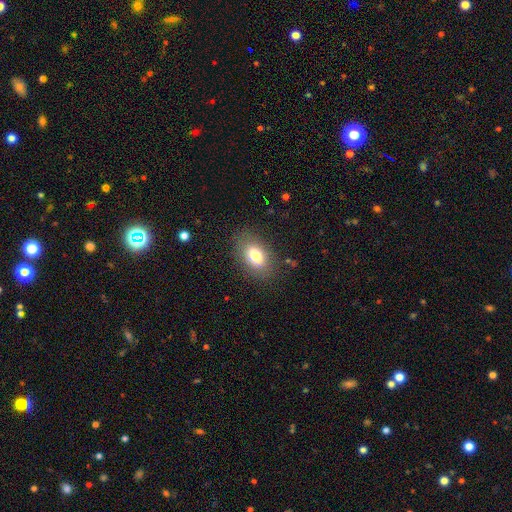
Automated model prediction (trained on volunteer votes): The model was most divided on "smooth or featured": smooth: 78%, featured or disk: 13%, star or artifact: 9%. More confident: how rounded — in between (87%); merging — none (82%).